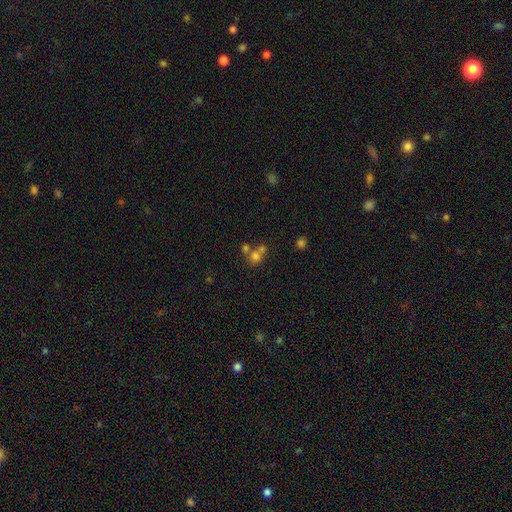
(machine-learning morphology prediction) type=smooth (68%); roundness=round (72%); merging=merger (51%).